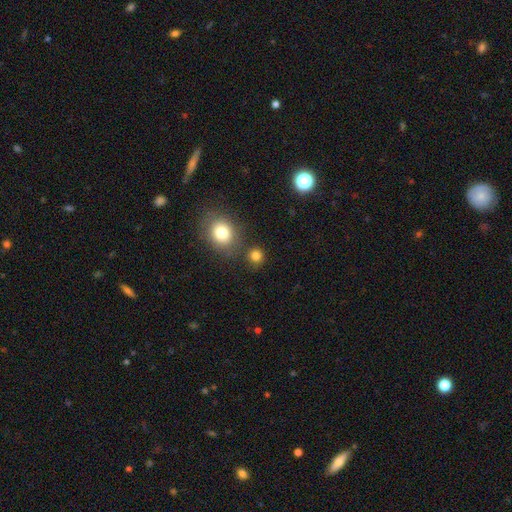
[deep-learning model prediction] A smooth galaxy with no disk features (81%) that is round (88%).

Vote fractions:
- Smooth or featured? smooth: 81% / star or artifact: 14% / featured or disk: 5%
- How rounded? round: 88% / in between: 11% / cigar-shaped: 1%
- Merging? none: 78% / merger: 10% / minor disturbance: 8% / major disturbance: 3%